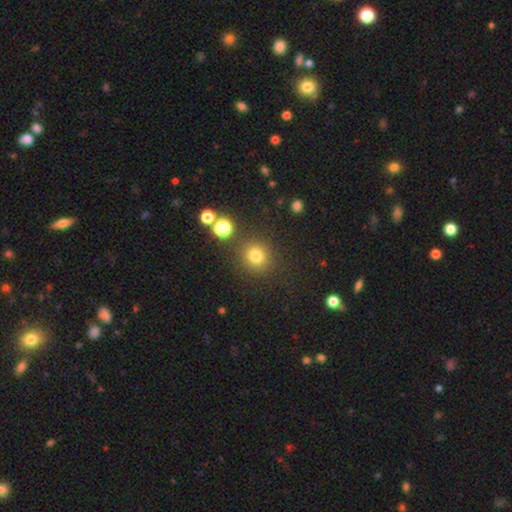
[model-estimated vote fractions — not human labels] A smooth galaxy with no disk features (77%) that is round (88%). Merging: none (83%).